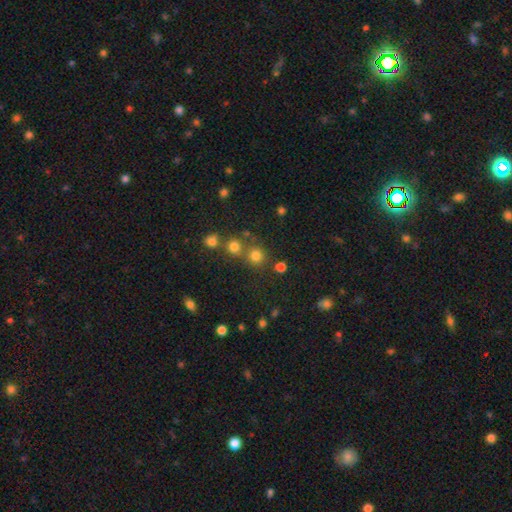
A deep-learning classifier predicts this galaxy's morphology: smooth-or-featured: smooth: 75% | star or artifact: 18% | featured or disk: 7%
  how-rounded: round: 89% | in between: 10% | cigar-shaped: 1%
  merging: none: 69% | merger: 19% | minor disturbance: 8% | major disturbance: 4%